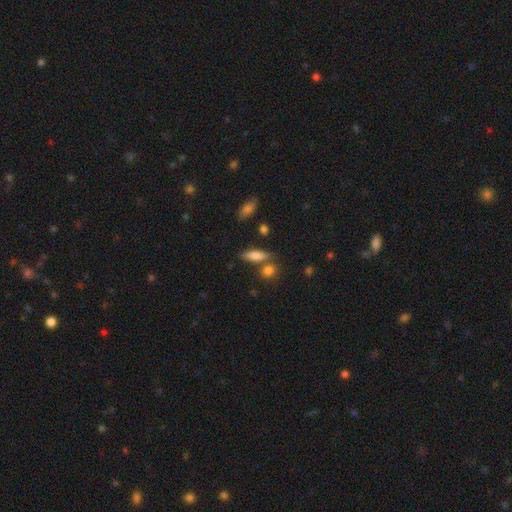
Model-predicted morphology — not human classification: Smooth or featured? smooth (78%)
How rounded? in between (51%)
Merging? none (69%)